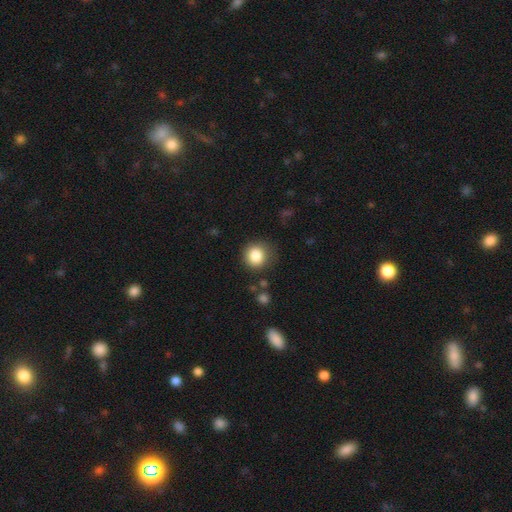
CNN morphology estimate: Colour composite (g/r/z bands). It shows a smooth galaxy with no disk features (85%) that is round (88%). Merging: none (79%).